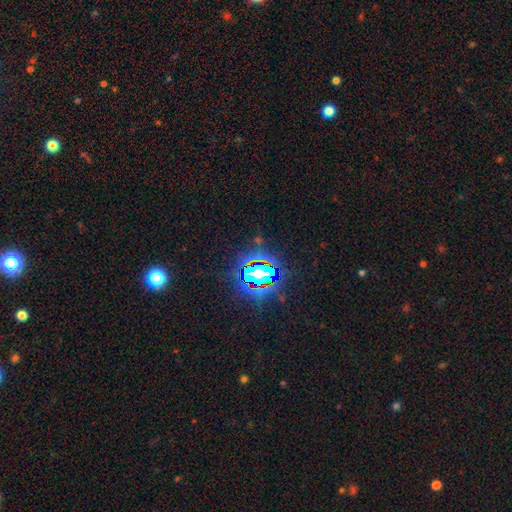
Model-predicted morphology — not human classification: This appears to be a star or artifact, not a galaxy (83%).